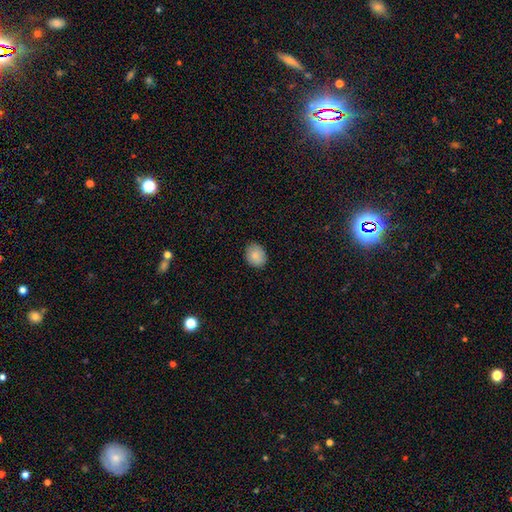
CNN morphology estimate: A smooth galaxy with no disk features (87%) that is round (53%).

Vote fractions:
- Smooth or featured? smooth: 87% / star or artifact: 8% / featured or disk: 5%
- How rounded? round: 53% / in between: 46% / cigar-shaped: 1%
- Merging? none: 88% / minor disturbance: 9% / major disturbance: 2% / merger: 1%